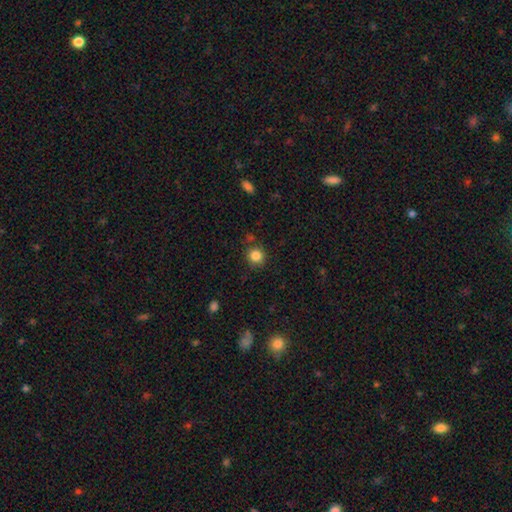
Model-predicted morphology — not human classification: Smooth or featured? Predicted: smooth (p=0.85). How rounded? Predicted: round (p=0.89). Merging? Predicted: none (p=0.83).